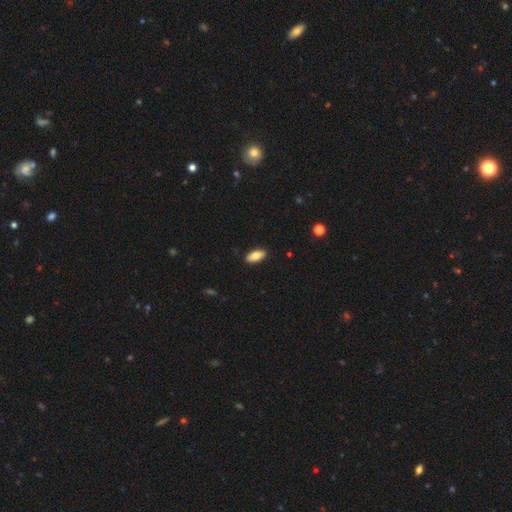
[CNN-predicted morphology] Smooth or featured?
  - smooth: 75% *
  - featured or disk: 19%
  - star or artifact: 6%
How rounded?
  - in between: 86% *
  - cigar-shaped: 11%
  - round: 3%
Merging?
  - none: 89% *
  - minor disturbance: 8%
  - major disturbance: 2%
  - merger: 1%